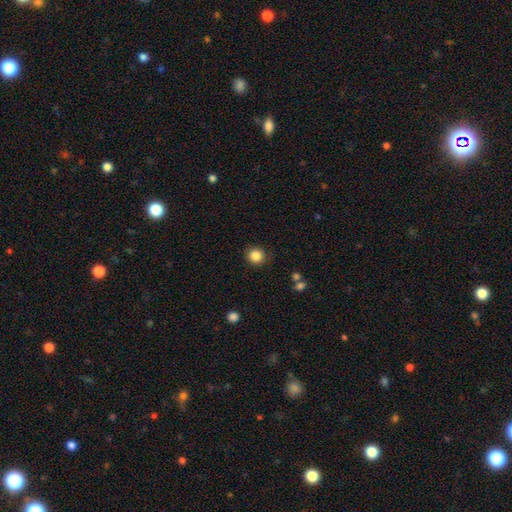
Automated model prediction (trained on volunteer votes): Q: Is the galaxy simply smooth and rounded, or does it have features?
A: smooth — 85%.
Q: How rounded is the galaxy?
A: round — 90%.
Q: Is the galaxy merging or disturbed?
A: none — 89%.